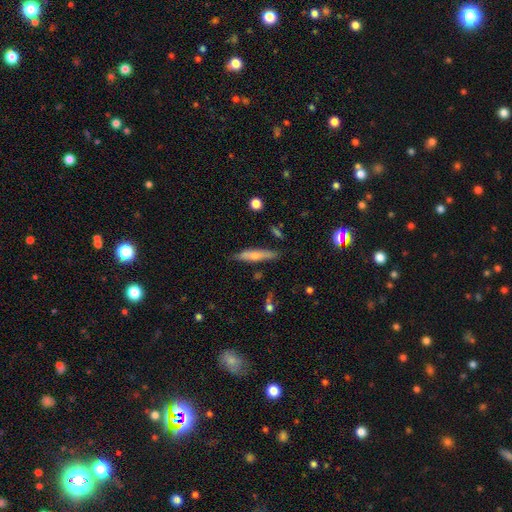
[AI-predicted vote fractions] smooth-or-featured: smooth: 52% | featured or disk: 40% | star or artifact: 8%
  how-rounded: cigar-shaped: 89% | in between: 9% | round: 2%
  merging: none: 83% | minor disturbance: 12% | major disturbance: 2% | merger: 2%